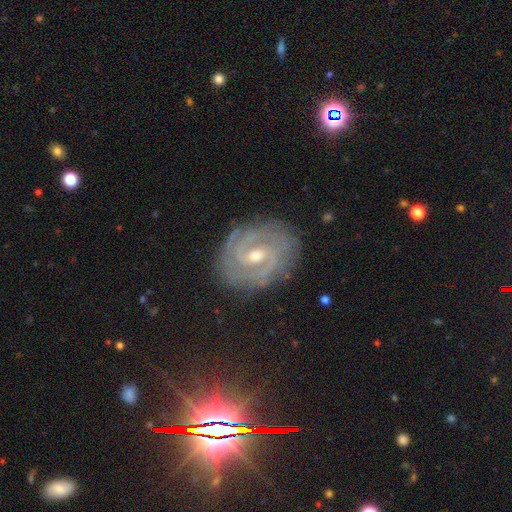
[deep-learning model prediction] featured or disk 88%, star or artifact 7%, smooth 5%. Down the decision tree: edge-on disk — no (97%); bar — weak (51%); spiral arms — yes (97%); spiral arm count — 2 (55%); spiral winding — tight (73%); bulge size — moderate (60%); merging — none (82%).